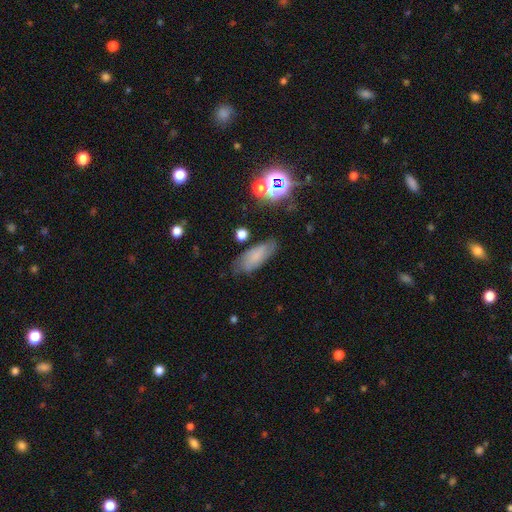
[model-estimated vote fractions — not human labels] smooth_or_featured: smooth (p=0.67) [alt: featured or disk p=0.20]
how_rounded: in between (p=0.72) [alt: cigar-shaped p=0.25]
merging: none (p=0.72) [alt: minor disturbance p=0.19]